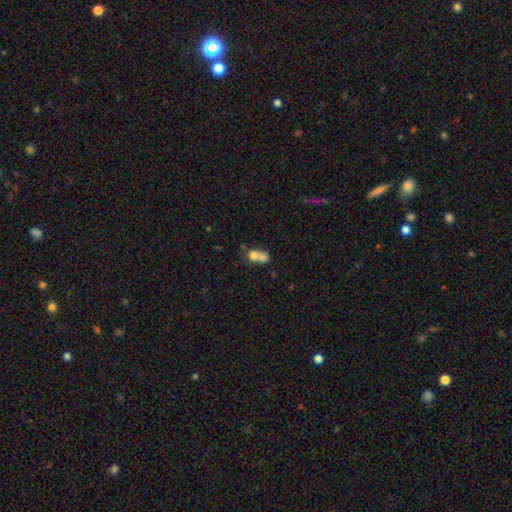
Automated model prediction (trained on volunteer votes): Smooth or featured? Predicted: smooth (p=0.69). How rounded? Predicted: round (p=0.66). Merging? Predicted: merger (p=0.70).